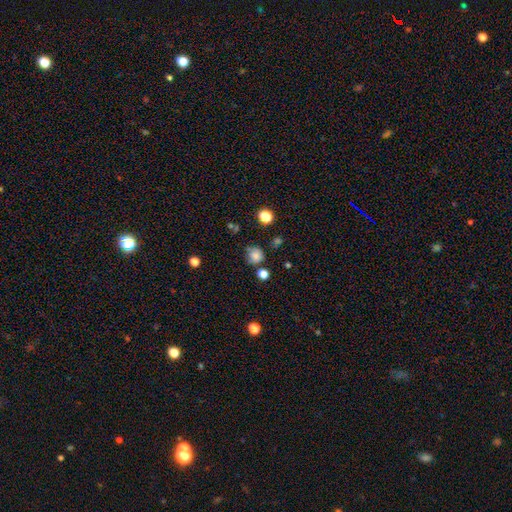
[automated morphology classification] Overall: smooth (79%). How rounded: round (87%). Merging: none (69%).